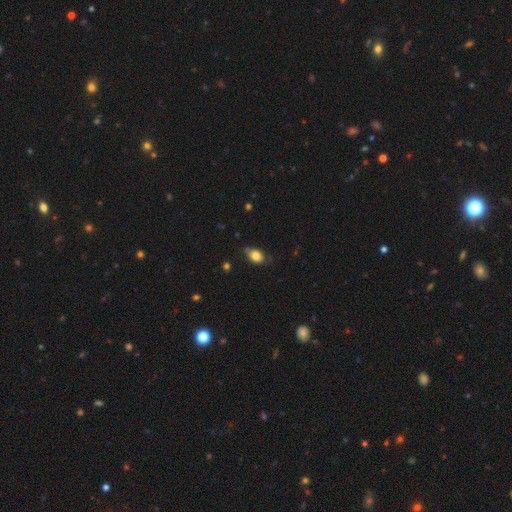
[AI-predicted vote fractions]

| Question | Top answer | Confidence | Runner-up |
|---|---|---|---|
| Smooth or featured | smooth | 80% | featured or disk (10%) |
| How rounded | in between | 68% | round (31%) |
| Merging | none | 65% | minor disturbance (27%) |